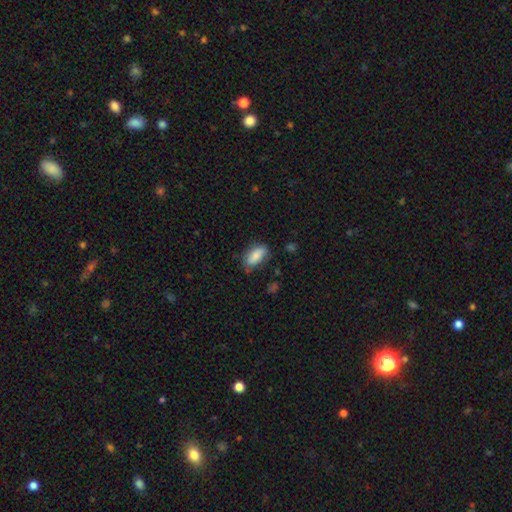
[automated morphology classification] smooth-or-featured: smooth: 85% | featured or disk: 8% | star or artifact: 7%
  how-rounded: in between: 88% | cigar-shaped: 10% | round: 3%
  merging: none: 70% | minor disturbance: 22% | major disturbance: 5% | merger: 2%